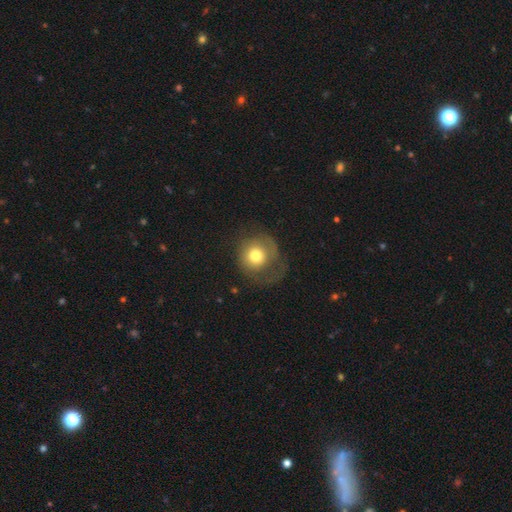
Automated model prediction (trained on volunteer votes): smooth_or_featured: smooth (p=0.63) [alt: featured or disk p=0.28]
how_rounded: round (p=0.85) [alt: in between p=0.14]
merging: none (p=0.45) [alt: major disturbance p=0.31]